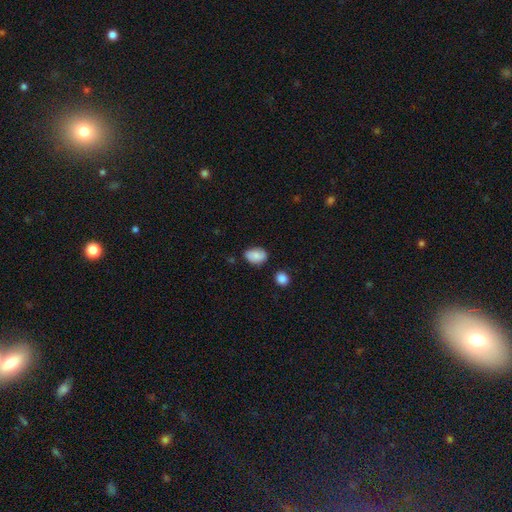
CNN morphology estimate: Smooth or featured: smooth — 83% (featured or disk — 9%)
How rounded: in between — 80% (round — 19%)
Merging: none — 74% (minor disturbance — 19%)